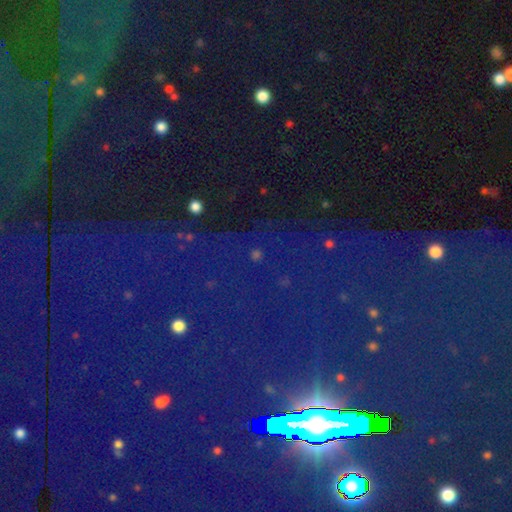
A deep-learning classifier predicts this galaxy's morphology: Overall: star or artifact (84%).